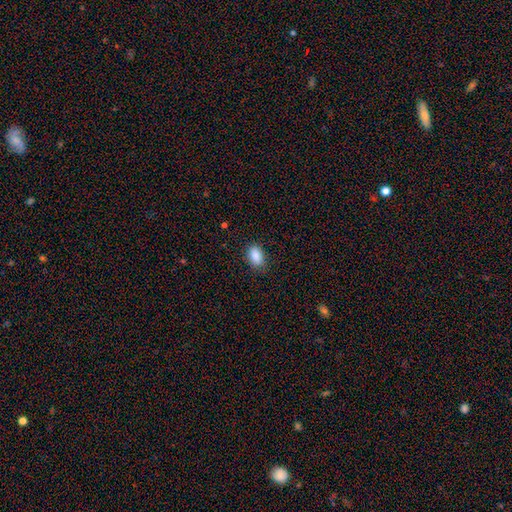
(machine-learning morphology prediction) smooth_or_featured: smooth (p=0.88) [alt: star or artifact p=0.08]
how_rounded: in between (p=0.89) [alt: round p=0.09]
merging: none (p=0.83) [alt: minor disturbance p=0.13]